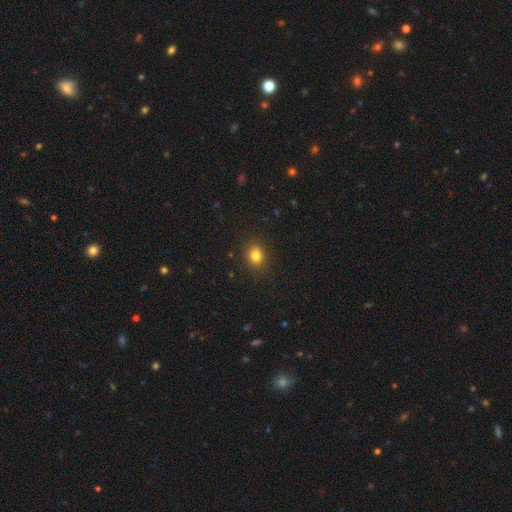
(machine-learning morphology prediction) smooth 82%, star or artifact 12%, featured or disk 5%. Down the decision tree: how rounded — round (65%); merging — none (89%).